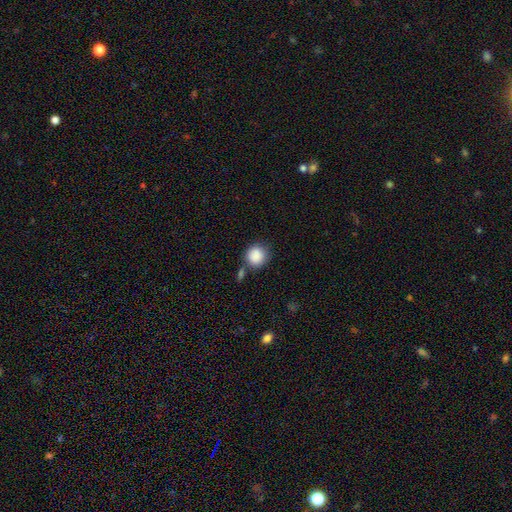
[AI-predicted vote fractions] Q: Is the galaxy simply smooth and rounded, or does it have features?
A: smooth — 88%.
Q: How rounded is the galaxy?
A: round — 89%.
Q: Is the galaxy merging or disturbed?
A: none — 68%.